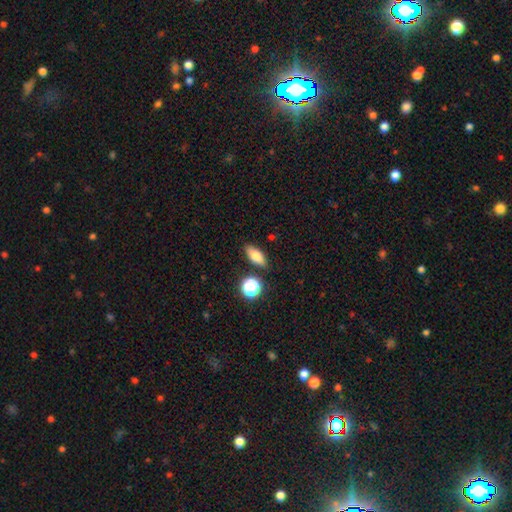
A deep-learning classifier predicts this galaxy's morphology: A smooth galaxy with no disk features (75%) that is in between round and cigar-shaped (75%).

Vote fractions:
- Smooth or featured? smooth: 75% / featured or disk: 14% / star or artifact: 11%
- How rounded? in between: 75% / cigar-shaped: 16% / round: 10%
- Merging? none: 83% / minor disturbance: 10% / merger: 4% / major disturbance: 3%